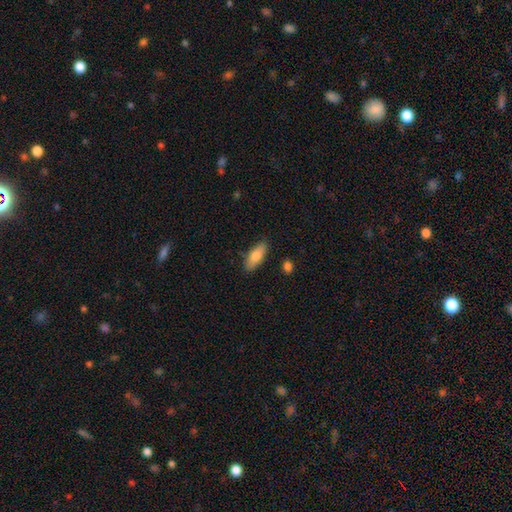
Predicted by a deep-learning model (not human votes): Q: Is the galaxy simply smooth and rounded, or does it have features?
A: smooth — 81%.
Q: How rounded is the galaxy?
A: in between — 72%.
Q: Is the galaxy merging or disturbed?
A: none — 84%.